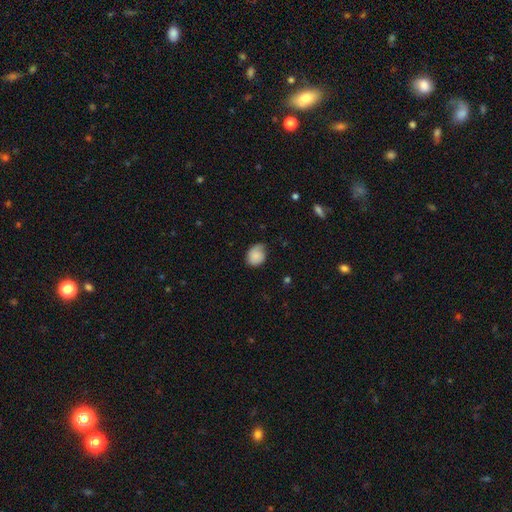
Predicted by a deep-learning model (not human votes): The model was most divided on "how rounded": round: 54%, in between: 45%, cigar-shaped: 1%. More confident: smooth or featured — smooth (78%); merging — none (54%).